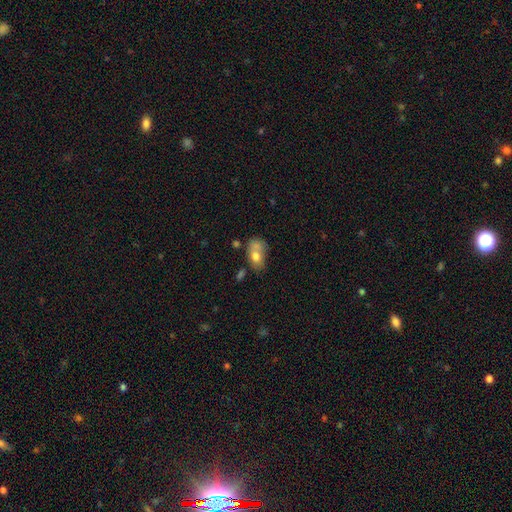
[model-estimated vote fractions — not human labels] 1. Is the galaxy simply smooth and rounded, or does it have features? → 71% smooth, 20% featured or disk, 9% star or artifact.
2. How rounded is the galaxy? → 80% in between, 18% round, 2% cigar-shaped.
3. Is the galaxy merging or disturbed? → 35% merger, 32% none, 21% minor disturbance, 13% major disturbance.